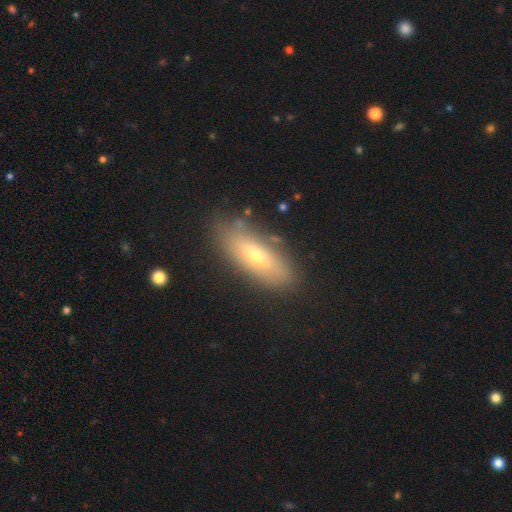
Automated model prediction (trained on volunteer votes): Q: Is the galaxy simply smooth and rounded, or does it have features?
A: smooth — 60%.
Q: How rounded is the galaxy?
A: in between — 67%.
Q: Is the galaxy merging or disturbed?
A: none — 80%.